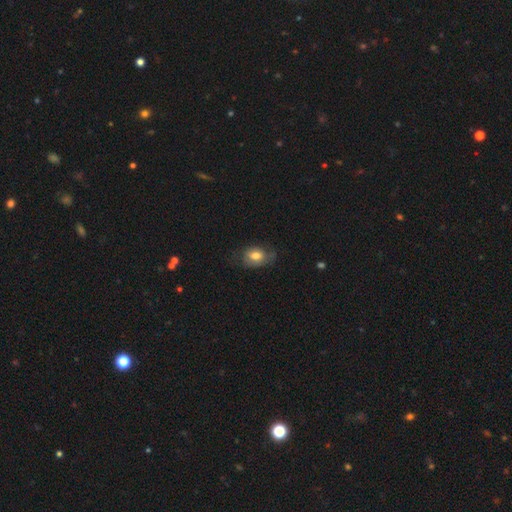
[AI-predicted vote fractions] A smooth galaxy with no disk features (73%) that is in between round and cigar-shaped (76%). Merging: none (54%).